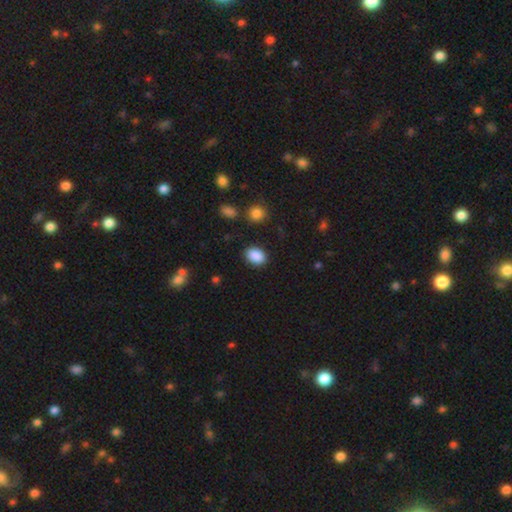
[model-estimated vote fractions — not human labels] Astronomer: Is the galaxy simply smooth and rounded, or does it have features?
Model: smooth — 89%.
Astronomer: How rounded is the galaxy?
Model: in between — 79%.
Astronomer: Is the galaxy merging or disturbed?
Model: none — 86%.